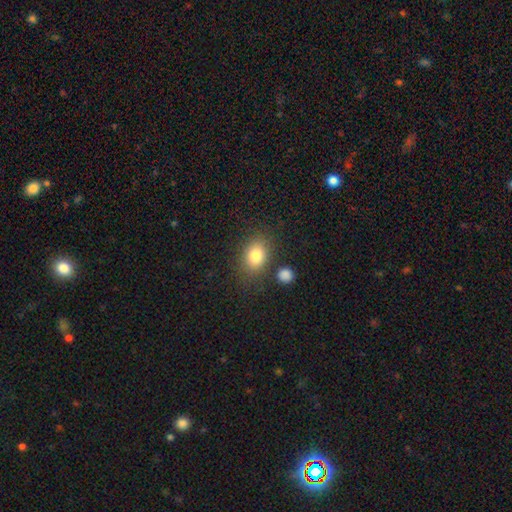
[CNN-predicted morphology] Smooth or featured?
  - smooth: 82% *
  - star or artifact: 10%
  - featured or disk: 9%
How rounded?
  - in between: 65% *
  - round: 33%
  - cigar-shaped: 1%
Merging?
  - none: 76% *
  - minor disturbance: 13%
  - merger: 6%
  - major disturbance: 5%